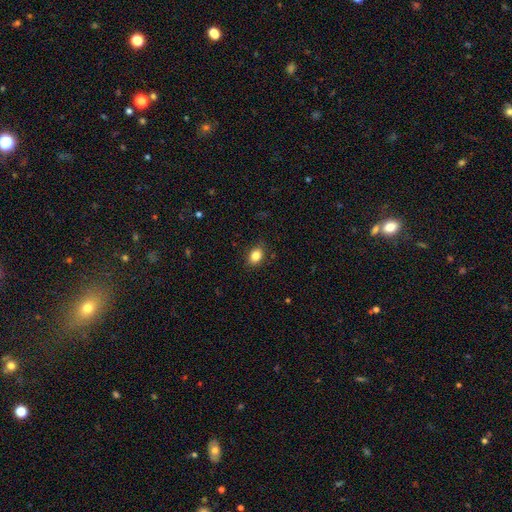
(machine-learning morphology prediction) Smooth or featured?
  - smooth: 85% *
  - star or artifact: 9%
  - featured or disk: 5%
How rounded?
  - in between: 69% *
  - round: 30%
  - cigar-shaped: 1%
Merging?
  - none: 85% *
  - minor disturbance: 11%
  - major disturbance: 3%
  - merger: 1%